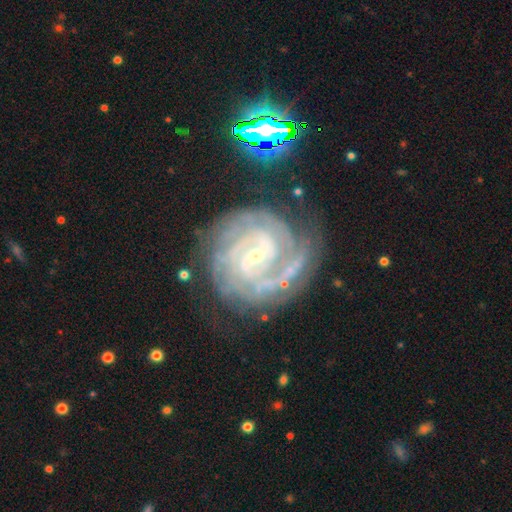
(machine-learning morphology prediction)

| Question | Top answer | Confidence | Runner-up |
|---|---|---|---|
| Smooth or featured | featured or disk | 89% | star or artifact (6%) |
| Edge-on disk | no | 98% | yes (2%) |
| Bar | weak | 50% | no (26%) |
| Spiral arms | yes | 98% | no (2%) |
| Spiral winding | tight | 69% | medium (27%) |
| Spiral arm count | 2 | 36% | can't tell (21%) |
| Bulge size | small | 79% | moderate (16%) |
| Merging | none | 70% | minor disturbance (18%) |